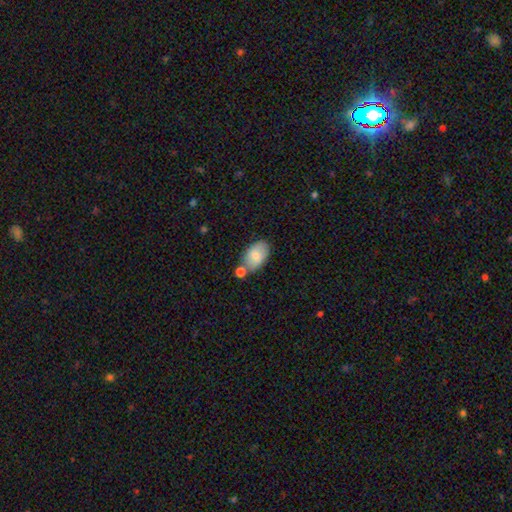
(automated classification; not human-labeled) Overall: smooth (78%). How rounded: in between (92%). Merging: none (63%).